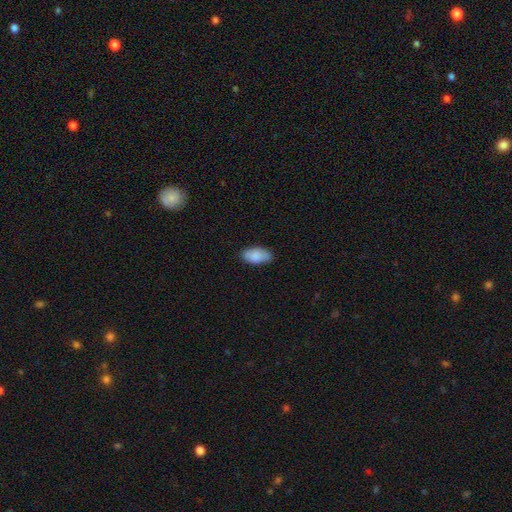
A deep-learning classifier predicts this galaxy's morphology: This appears to be a smooth galaxy with no disk features (85%) that is in between round and cigar-shaped (94%). Merging: none (80%).